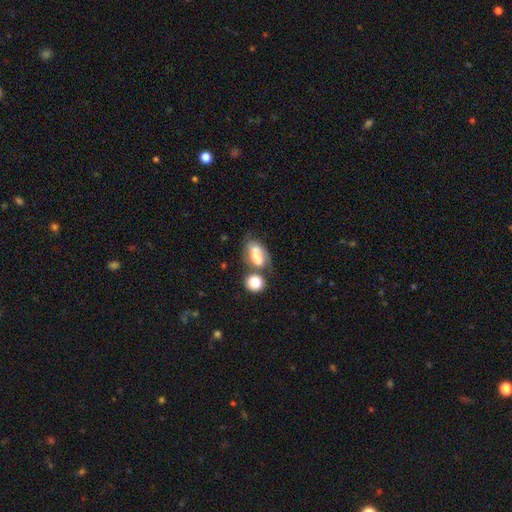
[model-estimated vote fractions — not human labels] A smooth galaxy with no disk features (57%) that is in between round and cigar-shaped (81%).

Vote fractions:
- Smooth or featured? smooth: 57% / featured or disk: 35% / star or artifact: 8%
- How rounded? in between: 81% / round: 13% / cigar-shaped: 5%
- Merging? merger: 38% / none: 34% / minor disturbance: 18% / major disturbance: 10%